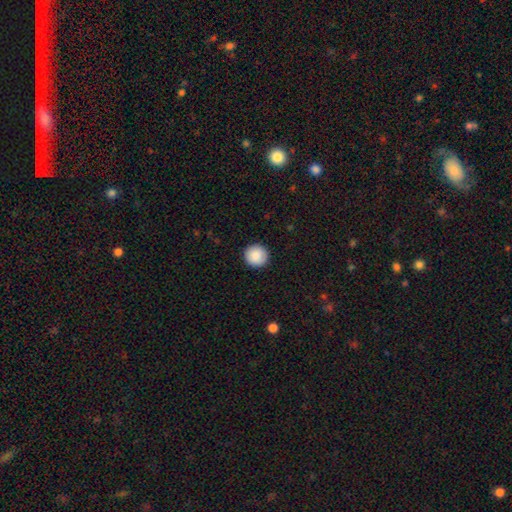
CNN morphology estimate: A smooth galaxy with no disk features (89%) that is round (95%).

Vote fractions:
- Smooth or featured? smooth: 89% / star or artifact: 7% / featured or disk: 3%
- How rounded? round: 95% / in between: 4% / cigar-shaped: 1%
- Merging? none: 93% / minor disturbance: 5% / major disturbance: 2% / merger: 1%